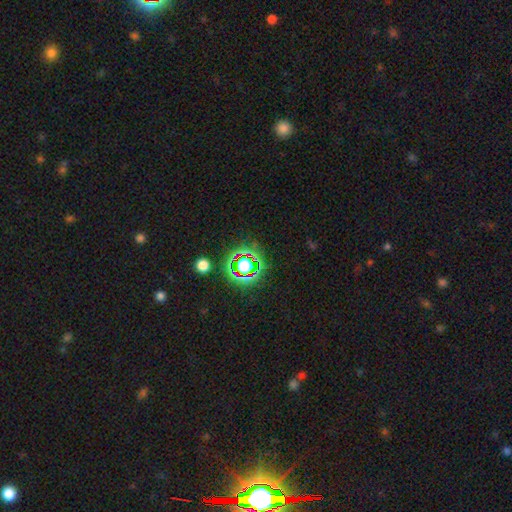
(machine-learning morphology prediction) Smooth or featured? Predicted: star or artifact (p=0.74).